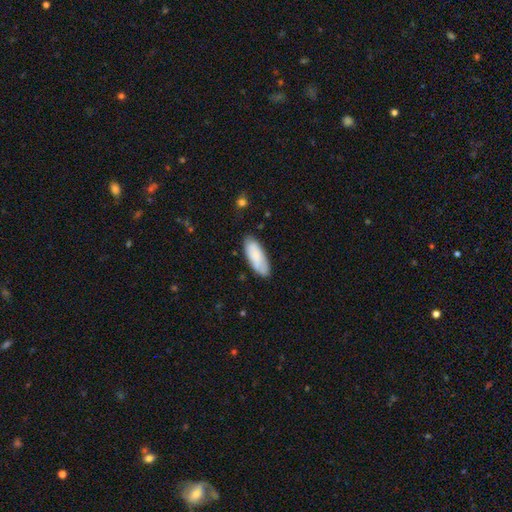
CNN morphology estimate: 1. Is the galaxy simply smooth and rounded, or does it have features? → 81% smooth, 14% featured or disk, 6% star or artifact.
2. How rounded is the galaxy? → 75% in between, 24% cigar-shaped, 2% round.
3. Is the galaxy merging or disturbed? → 80% none, 16% minor disturbance, 3% major disturbance, 2% merger.